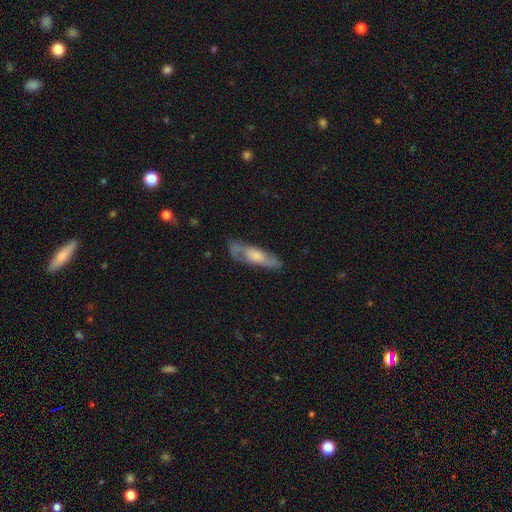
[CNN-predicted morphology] smooth-or-featured: featured or disk: 61% | smooth: 33% | star or artifact: 6%
  disk-edge-on: no: 66% | yes: 34%
  merging: none: 75% | minor disturbance: 17% | major disturbance: 6% | merger: 2%